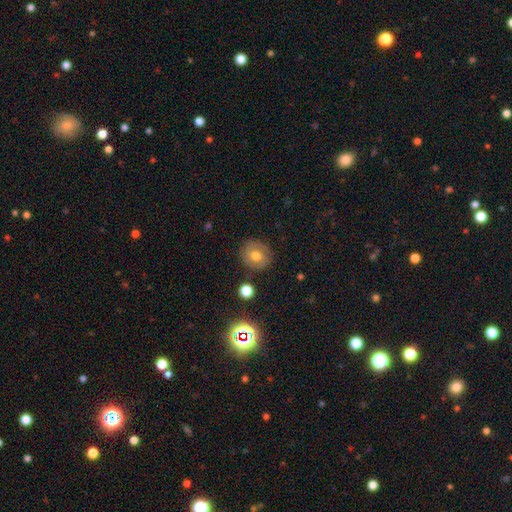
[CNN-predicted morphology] Smooth or featured? smooth (68%)
How rounded? round (82%)
Merging? none (84%)